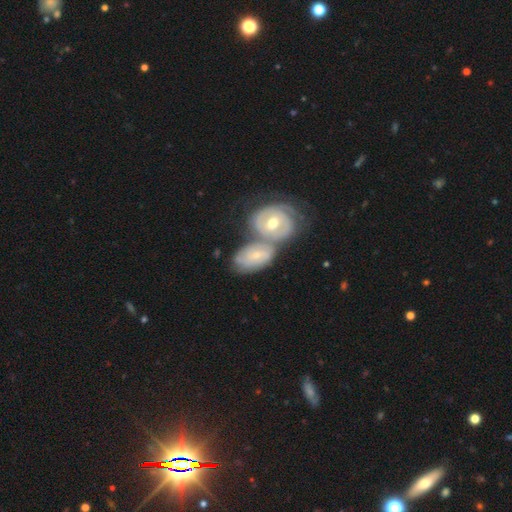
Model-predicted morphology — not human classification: A featured or disk galaxy (67%) with no bar (65%), tight (68%) spiral arms (86%) and a small central bulge (54%).

Vote fractions:
- Smooth or featured? featured or disk: 67% / smooth: 27% / star or artifact: 6%
- Edge-on disk? no: 95% / yes: 5%
- Bar? no: 65% / weak: 27% / strong: 7%
- Spiral arms? yes: 86% / no: 14%
- Spiral winding? tight: 68% / medium: 26% / loose: 6%
- Spiral arm count? can't tell: 43% / 2: 26% / 3: 18% / 4: 6% / 1: 4% / more than 4: 3%
- Bulge size? small: 54% / moderate: 42% / large: 2% / none: 2% / dominant: 1%
- Merging? merger: 55% / none: 27% / minor disturbance: 13% / major disturbance: 5%